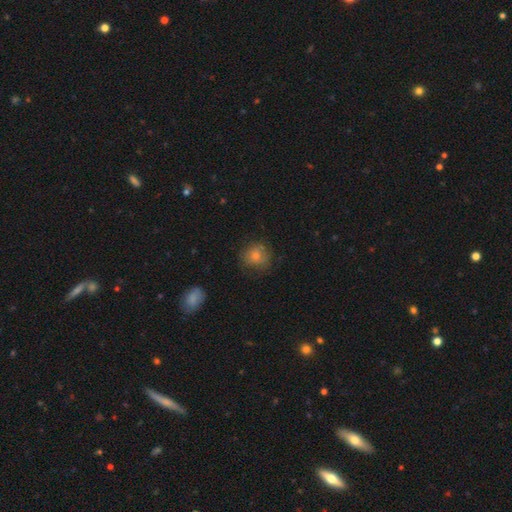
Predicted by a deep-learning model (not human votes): Q: Smooth or featured?
A: smooth (74%); runner-up: featured or disk (16%)
Q: How rounded?
A: round (81%); runner-up: in between (18%)
Q: Merging?
A: none (69%); runner-up: minor disturbance (21%)